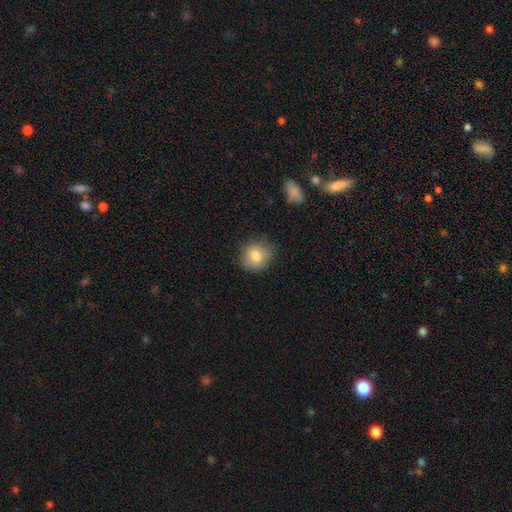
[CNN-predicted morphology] Smooth or featured?
  - smooth: 80% *
  - featured or disk: 11%
  - star or artifact: 9%
How rounded?
  - round: 80% *
  - in between: 19%
  - cigar-shaped: 1%
Merging?
  - none: 75% *
  - minor disturbance: 20%
  - major disturbance: 4%
  - merger: 1%